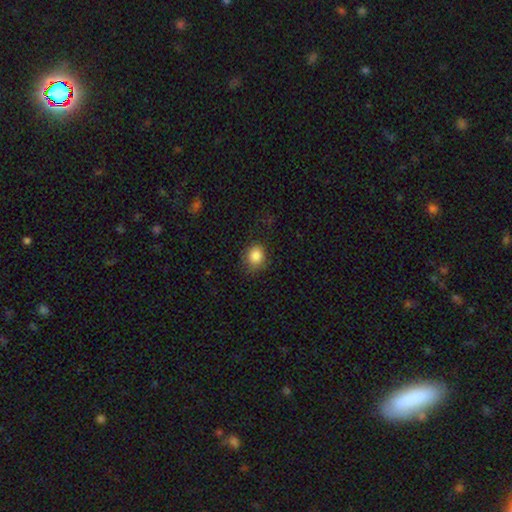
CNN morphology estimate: smooth-or-featured: smooth: 86% | star or artifact: 9% | featured or disk: 5%
  how-rounded: round: 68% | in between: 31% | cigar-shaped: 1%
  merging: none: 79% | minor disturbance: 16% | major disturbance: 5% | merger: 1%